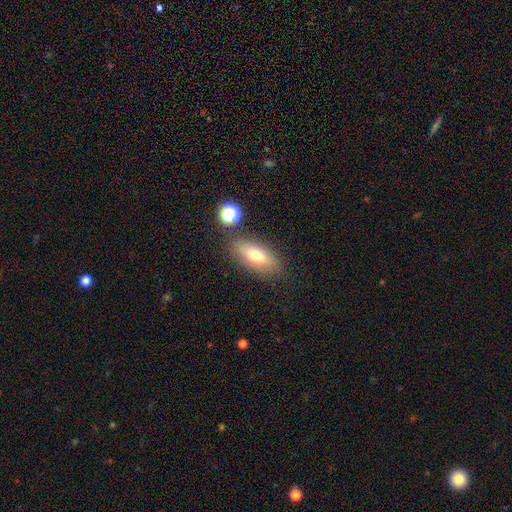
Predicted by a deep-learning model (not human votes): Smooth or featured?
  - smooth: 69% *
  - featured or disk: 22%
  - star or artifact: 10%
How rounded?
  - in between: 76% *
  - cigar-shaped: 19%
  - round: 5%
Merging?
  - none: 78% *
  - minor disturbance: 12%
  - merger: 6%
  - major disturbance: 4%